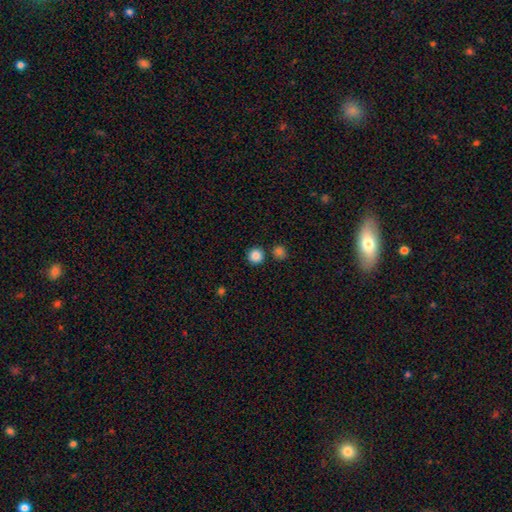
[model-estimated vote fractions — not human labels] Q: Smooth or featured?
A: smooth (86%); runner-up: star or artifact (11%)
Q: How rounded?
A: round (95%); runner-up: in between (4%)
Q: Merging?
A: none (86%); runner-up: merger (6%)